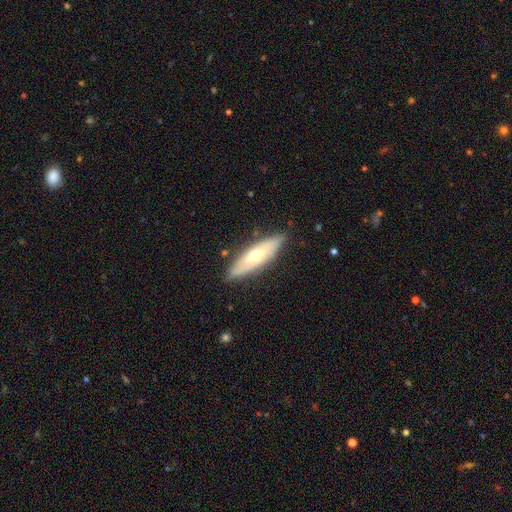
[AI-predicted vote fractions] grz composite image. It shows a featured or disk galaxy (51%) viewed edge-on (62%). Merging: none (82%).